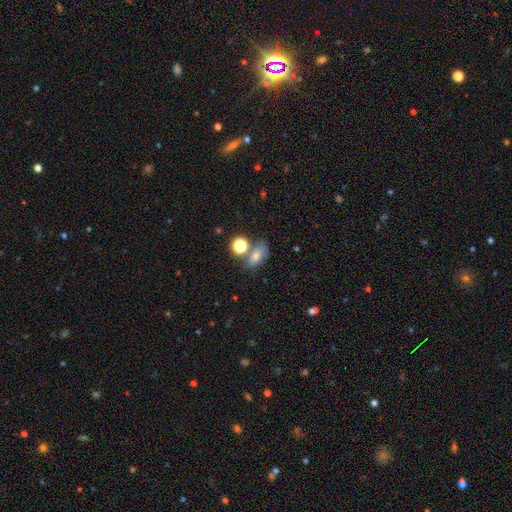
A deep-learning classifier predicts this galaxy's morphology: type=smooth (68%); roundness=in between (75%); merging=none (51%).